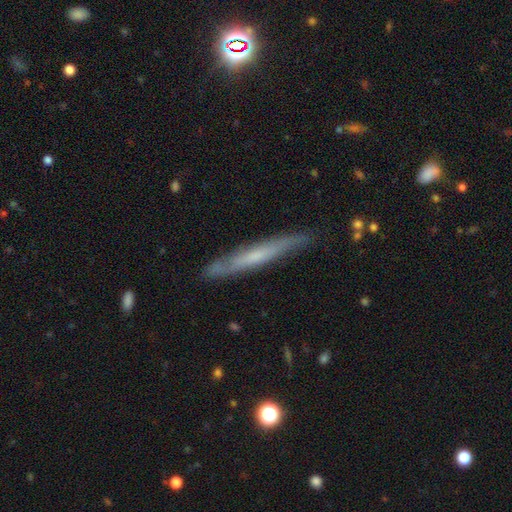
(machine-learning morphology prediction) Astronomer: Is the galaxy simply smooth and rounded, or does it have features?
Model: featured or disk — 52% (runner-up: smooth, 42%).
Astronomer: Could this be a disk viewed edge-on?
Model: yes — 87%.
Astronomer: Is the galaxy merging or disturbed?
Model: none — 82%.